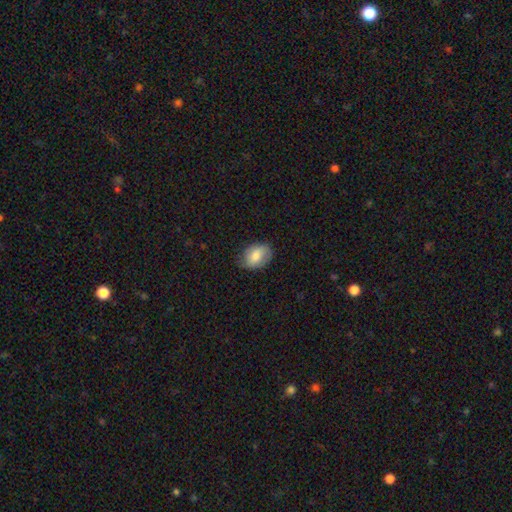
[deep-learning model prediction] smooth_or_featured: smooth (p=0.72) [alt: featured or disk p=0.20]
how_rounded: in between (p=0.78) [alt: round p=0.21]
merging: none (p=0.73) [alt: minor disturbance p=0.21]